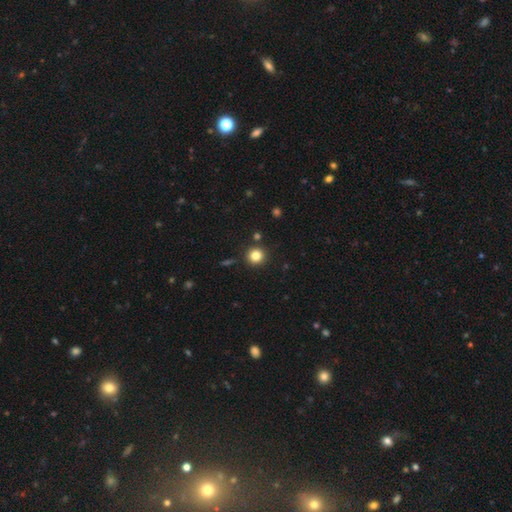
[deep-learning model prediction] smooth 82%, star or artifact 12%, featured or disk 6%. Down the decision tree: how rounded — round (94%); merging — none (90%).